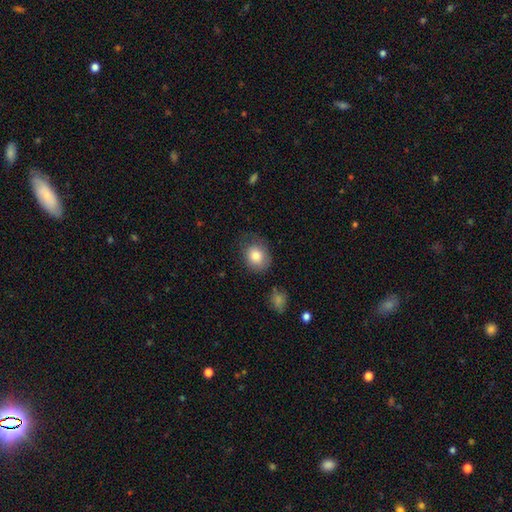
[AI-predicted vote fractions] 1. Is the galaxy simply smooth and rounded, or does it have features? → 81% smooth, 11% featured or disk, 8% star or artifact.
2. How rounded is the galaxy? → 61% round, 38% in between, 1% cigar-shaped.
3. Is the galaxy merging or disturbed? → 65% none, 24% minor disturbance, 9% major disturbance, 2% merger.